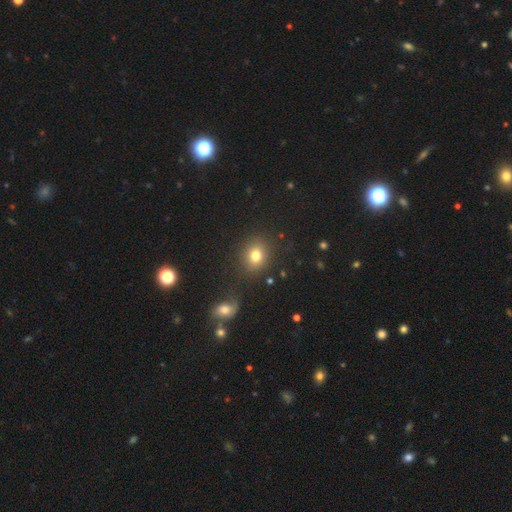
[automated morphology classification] Smooth or featured? Predicted: smooth (p=0.79). How rounded? Predicted: round (p=0.66). Merging? Predicted: none (p=0.82).